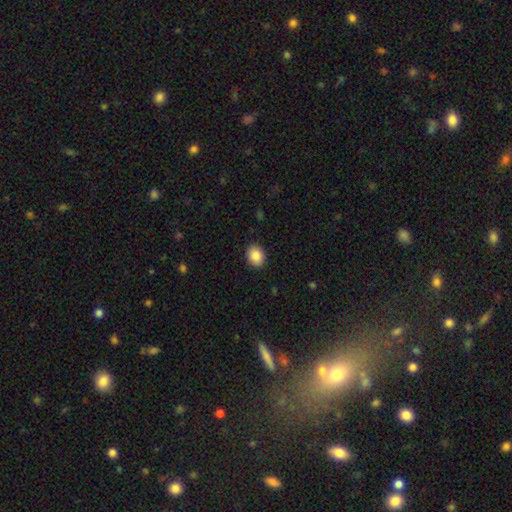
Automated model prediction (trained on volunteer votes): A smooth galaxy with no disk features (87%) that is round (52%). Merging: none (90%).